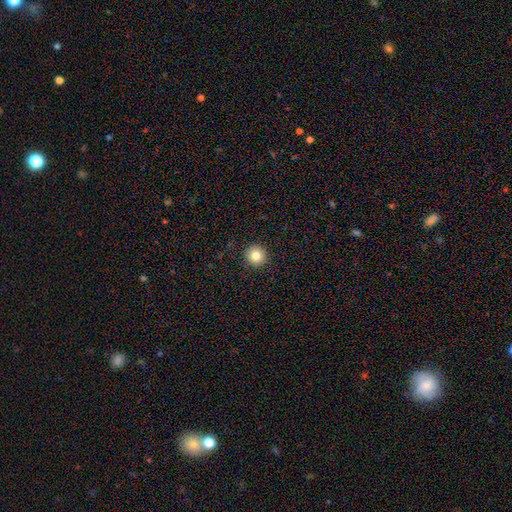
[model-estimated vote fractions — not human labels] A smooth galaxy with no disk features (82%) that is round (95%).

Vote fractions:
- Smooth or featured? smooth: 82% / star or artifact: 11% / featured or disk: 7%
- How rounded? round: 95% / in between: 4% / cigar-shaped: 1%
- Merging? none: 92% / minor disturbance: 5% / major disturbance: 2% / merger: 1%